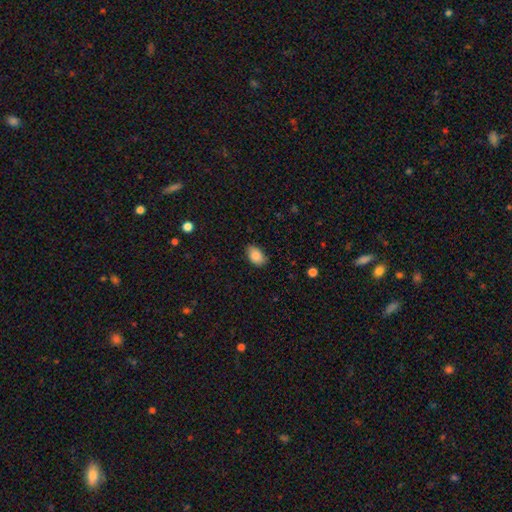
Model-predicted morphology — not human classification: Smooth or featured? smooth (87%)
How rounded? in between (88%)
Merging? none (79%)